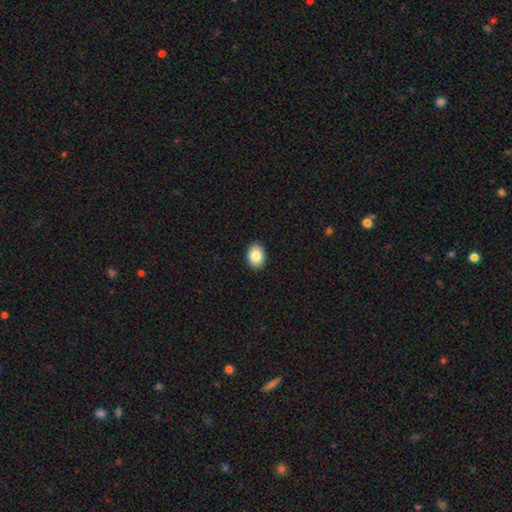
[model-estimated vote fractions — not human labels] This appears to be a smooth galaxy with no disk features (84%) that is in between round and cigar-shaped (80%). Merging: none (91%).